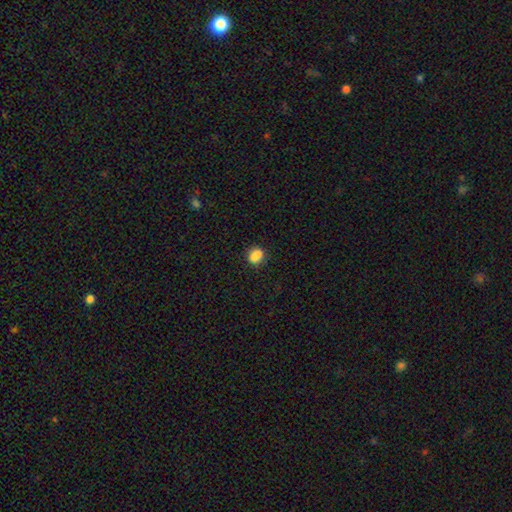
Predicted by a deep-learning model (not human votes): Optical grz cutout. It shows a smooth galaxy with no disk features (80%) that is round (58%). Merging: none (57%).